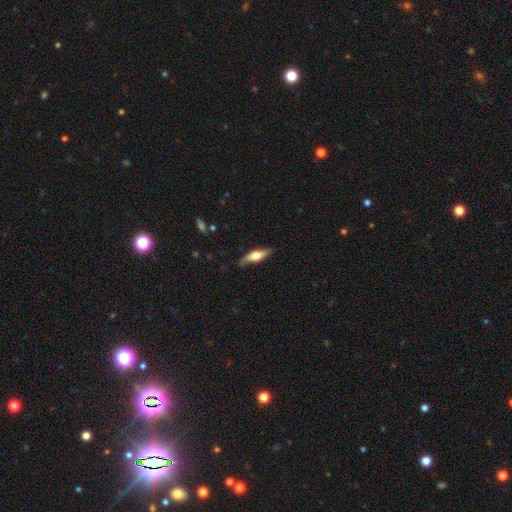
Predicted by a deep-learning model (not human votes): Smooth or featured?
  - smooth: 55% *
  - featured or disk: 39%
  - star or artifact: 6%
How rounded?
  - in between: 51% *
  - cigar-shaped: 47%
  - round: 3%
Merging?
  - none: 72% *
  - minor disturbance: 22%
  - major disturbance: 4%
  - merger: 1%